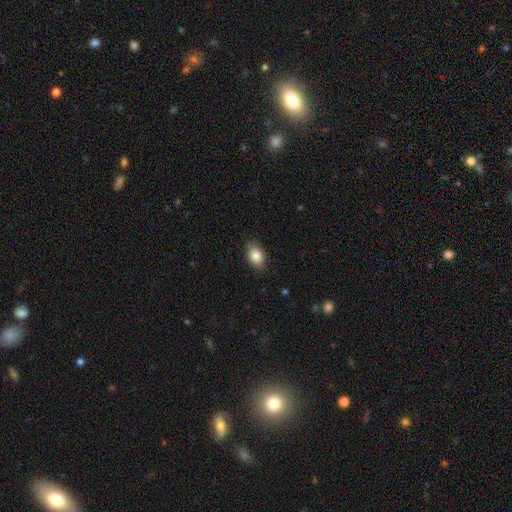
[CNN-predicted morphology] type=smooth (85%); roundness=in between (85%); merging=none (84%).